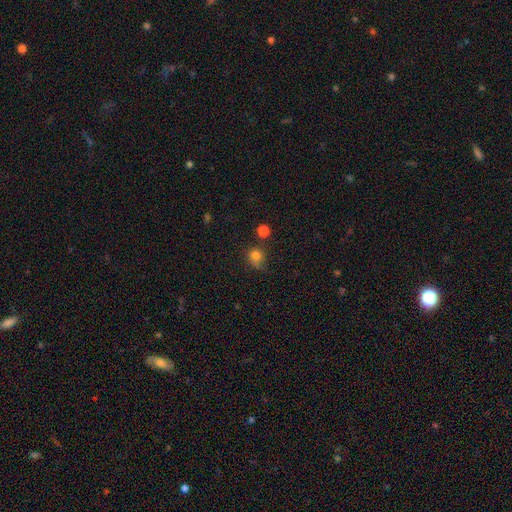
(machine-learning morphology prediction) A smooth galaxy with no disk features (79%) that is round (83%). Merging: none (55%).